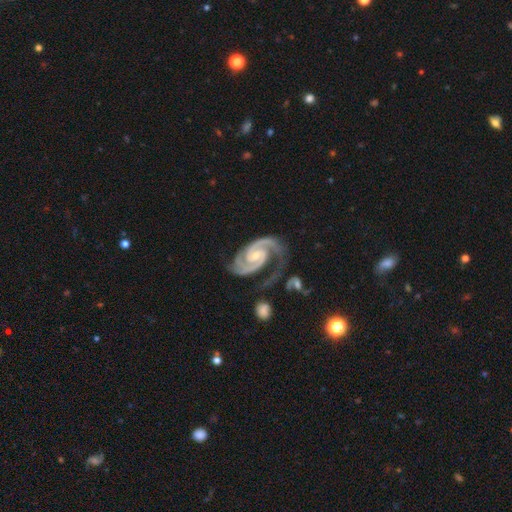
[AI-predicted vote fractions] The model was most divided on "bar": no: 45%, weak: 40%, strong: 15%. Remaining: spiral arms — yes (99%); edge-on disk — no (98%); smooth or featured — featured or disk (94%); spiral arm count — 2 (86%); merging — none (57%); bulge size — small (57%); spiral winding — tight (50%).